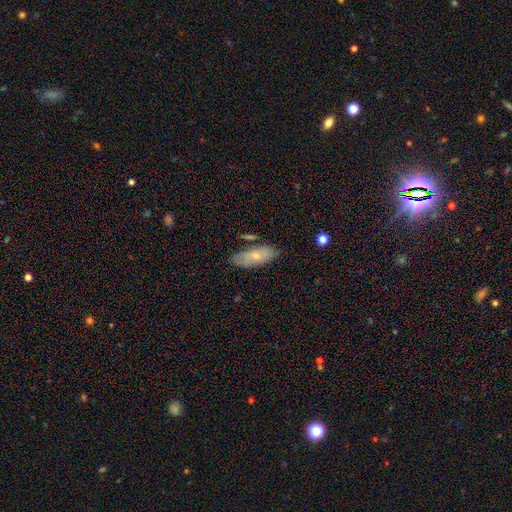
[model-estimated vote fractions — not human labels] Q: Smooth or featured?
A: smooth (71%); runner-up: featured or disk (23%)
Q: How rounded?
A: in between (83%); runner-up: cigar-shaped (15%)
Q: Merging?
A: none (69%); runner-up: minor disturbance (21%)